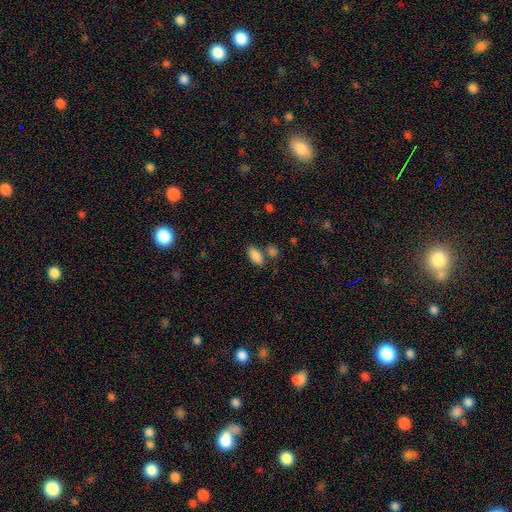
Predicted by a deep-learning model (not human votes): Smooth or featured?
  - smooth: 87% *
  - star or artifact: 8%
  - featured or disk: 5%
How rounded?
  - in between: 87% *
  - cigar-shaped: 10%
  - round: 3%
Merging?
  - none: 68% *
  - merger: 16%
  - minor disturbance: 12%
  - major disturbance: 4%